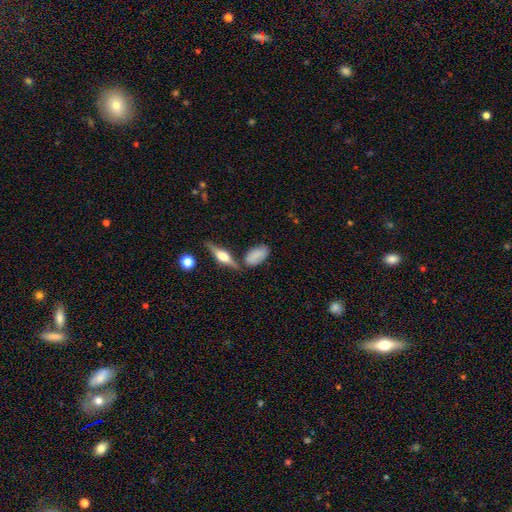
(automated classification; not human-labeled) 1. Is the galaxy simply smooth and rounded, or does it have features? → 75% smooth, 18% featured or disk, 7% star or artifact.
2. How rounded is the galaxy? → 88% in between, 8% cigar-shaped, 4% round.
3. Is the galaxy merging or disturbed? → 64% none, 18% minor disturbance, 13% merger, 5% major disturbance.